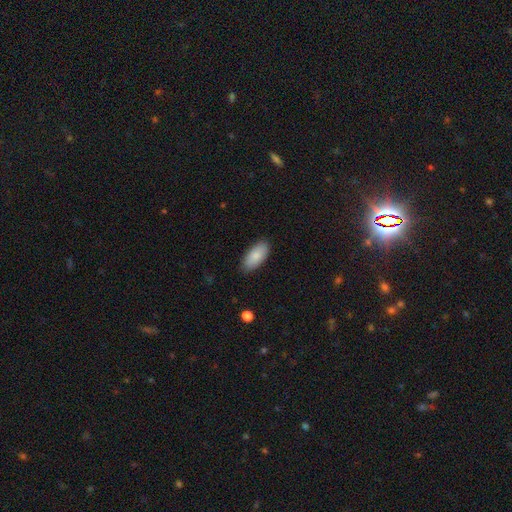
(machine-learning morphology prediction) This is clearly a smooth galaxy (85%). How rounded: clearly in between (91%). Merging: clearly none (86%).